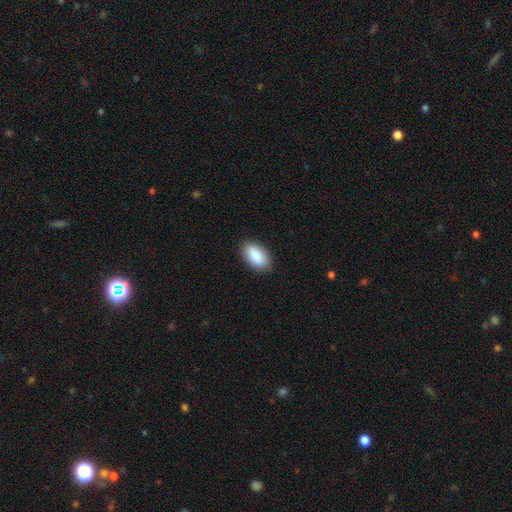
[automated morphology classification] This appears to be a smooth galaxy with no disk features (89%) that is in between round and cigar-shaped (94%). Merging: none (88%).